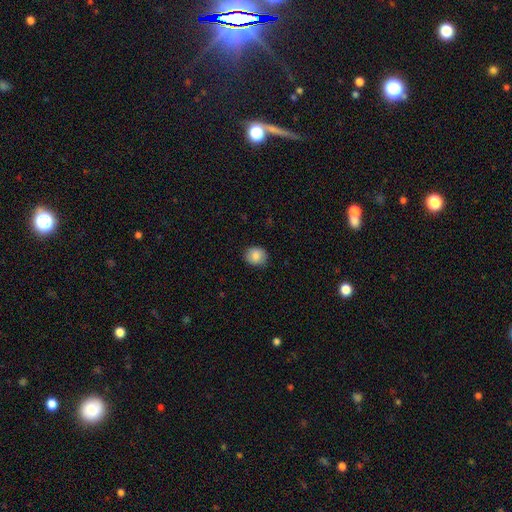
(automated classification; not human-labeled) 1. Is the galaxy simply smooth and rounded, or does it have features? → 85% smooth, 8% star or artifact, 7% featured or disk.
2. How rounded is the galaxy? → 66% round, 33% in between, 1% cigar-shaped.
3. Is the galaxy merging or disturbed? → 86% none, 11% minor disturbance, 2% major disturbance, 1% merger.